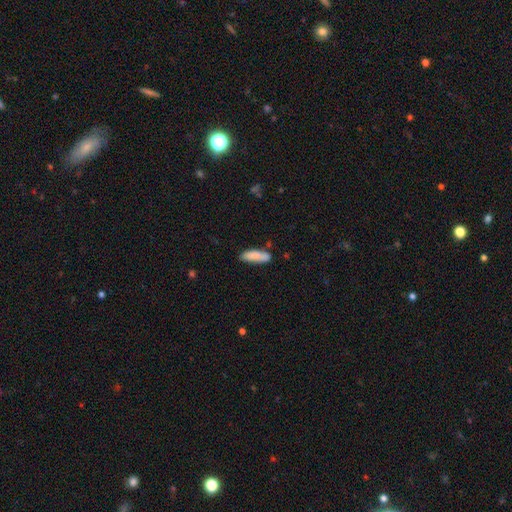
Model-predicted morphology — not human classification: type=smooth (84%); roundness=cigar-shaped (52%); merging=none (73%).